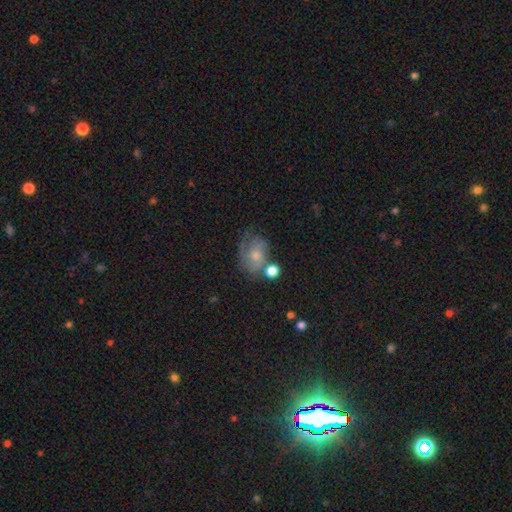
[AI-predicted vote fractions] featured or disk 48%, smooth 37%, star or artifact 16%. Down the decision tree: merging — none (54%).